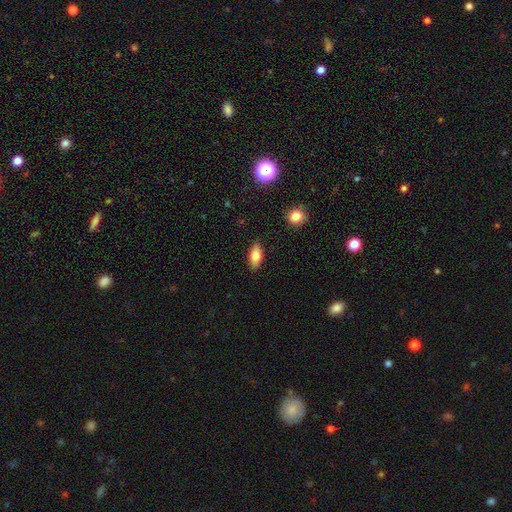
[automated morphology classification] This appears to be a smooth galaxy with no disk features (79%) that is in between round and cigar-shaped (88%). Merging: none (87%).